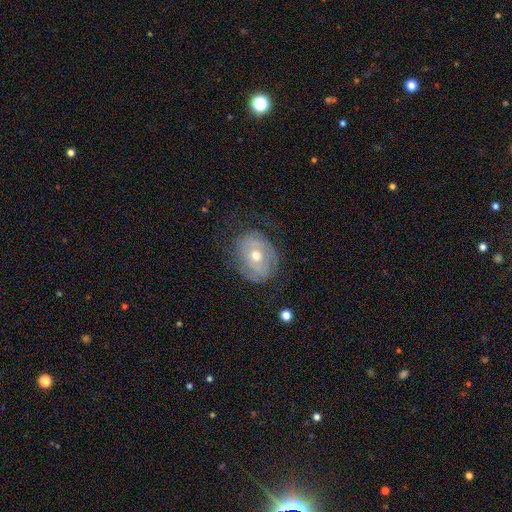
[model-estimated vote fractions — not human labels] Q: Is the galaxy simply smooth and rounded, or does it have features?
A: featured or disk — 63%.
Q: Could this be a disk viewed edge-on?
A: no — 96%.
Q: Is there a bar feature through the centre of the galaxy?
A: no — 69%.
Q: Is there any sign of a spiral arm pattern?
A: yes — 58%.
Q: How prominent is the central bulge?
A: moderate — 71%.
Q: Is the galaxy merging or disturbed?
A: none — 61%.